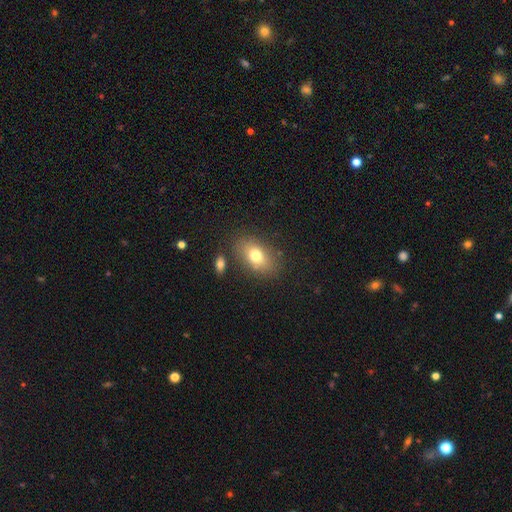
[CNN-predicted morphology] Q: Smooth or featured?
A: smooth (74%); runner-up: featured or disk (16%)
Q: How rounded?
A: in between (84%); runner-up: round (14%)
Q: Merging?
A: none (78%); runner-up: minor disturbance (13%)